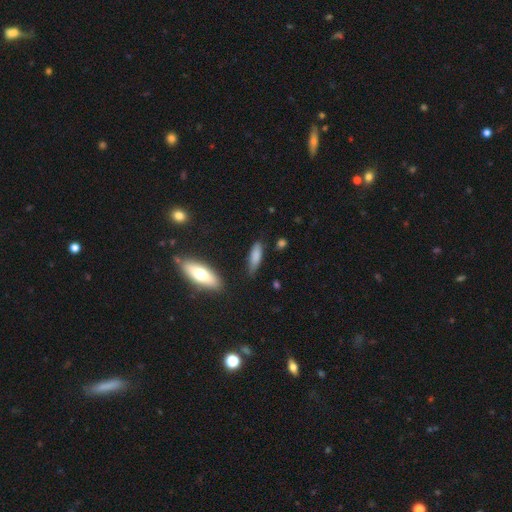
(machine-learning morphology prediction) Q: Smooth or featured?
A: smooth (79%); runner-up: featured or disk (13%)
Q: How rounded?
A: cigar-shaped (53%); runner-up: in between (44%)
Q: Merging?
A: none (69%); runner-up: minor disturbance (23%)